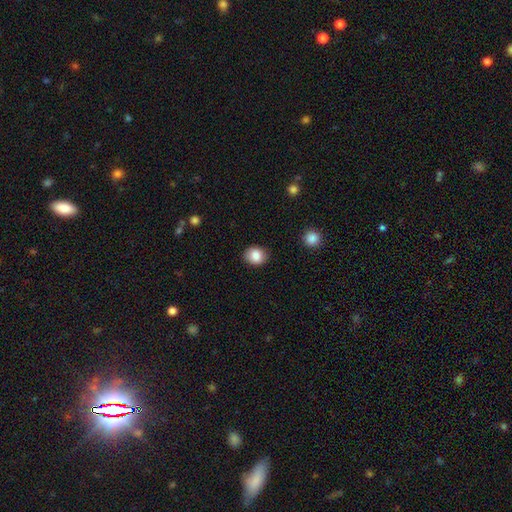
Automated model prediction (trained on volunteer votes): Overall: smooth (86%). How rounded: round (61%; in between 38%). Merging: none (86%).